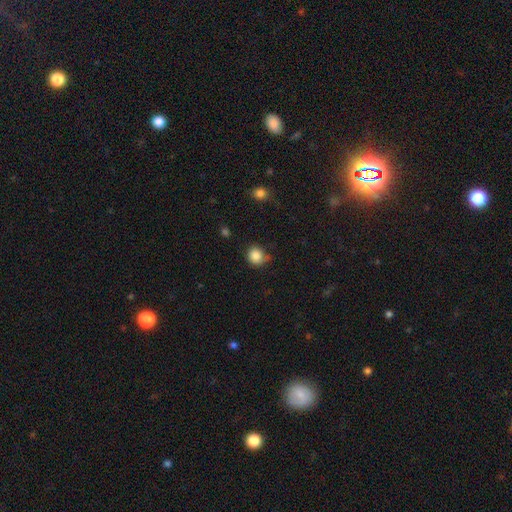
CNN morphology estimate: Smooth or featured?
  - smooth: 85% *
  - star or artifact: 10%
  - featured or disk: 5%
How rounded?
  - round: 86% *
  - in between: 13%
  - cigar-shaped: 1%
Merging?
  - none: 60% *
  - minor disturbance: 29%
  - major disturbance: 7%
  - merger: 3%